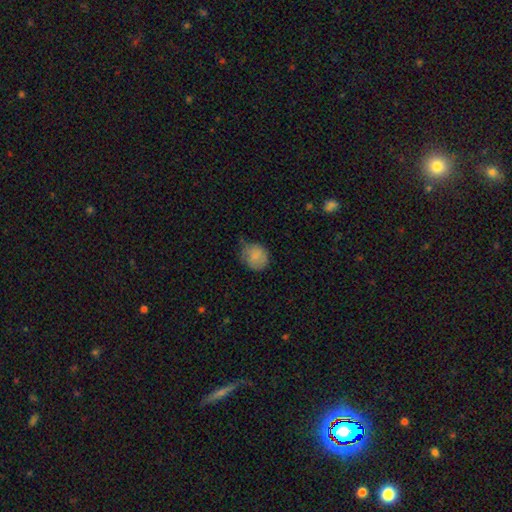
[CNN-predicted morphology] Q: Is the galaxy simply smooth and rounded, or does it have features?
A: smooth — 82%.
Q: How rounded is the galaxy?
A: round — 77%.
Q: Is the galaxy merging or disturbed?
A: none — 60%.